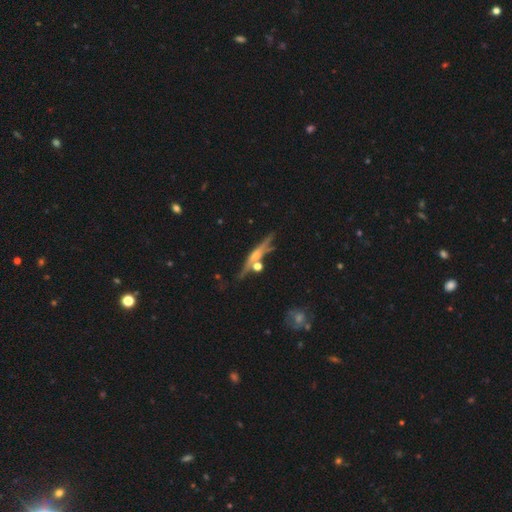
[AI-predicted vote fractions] A featured or disk galaxy (61%) viewed edge-on (92%) with a rounded central bulge (52%).

Vote fractions:
- Smooth or featured? featured or disk: 61% / smooth: 30% / star or artifact: 9%
- Edge-on disk? yes: 92% / no: 8%
- Edge-on bulge? rounded: 52% / none: 35% / boxy: 13%
- Merging? none: 67% / minor disturbance: 16% / merger: 11% / major disturbance: 6%